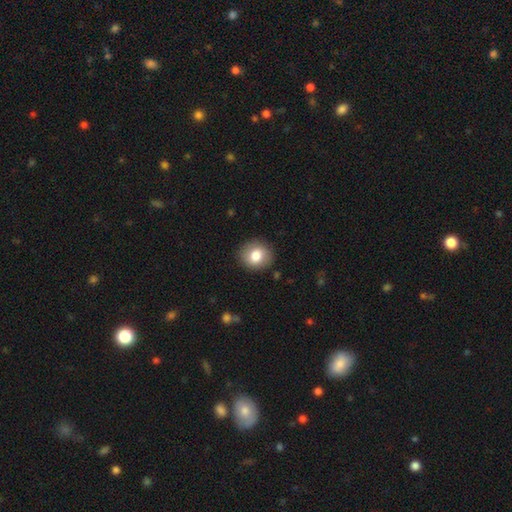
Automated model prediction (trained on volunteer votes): This appears to be a smooth galaxy with no disk features (81%) that is round (77%). Merging: none (88%).